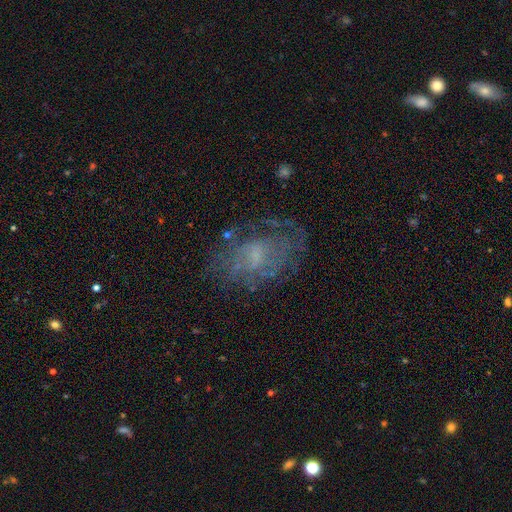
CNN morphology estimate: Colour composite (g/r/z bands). It shows a featured or disk galaxy (58%) with no bar (67%), spiral arms (60%) and a small central bulge (43%). Merging: none (62%).